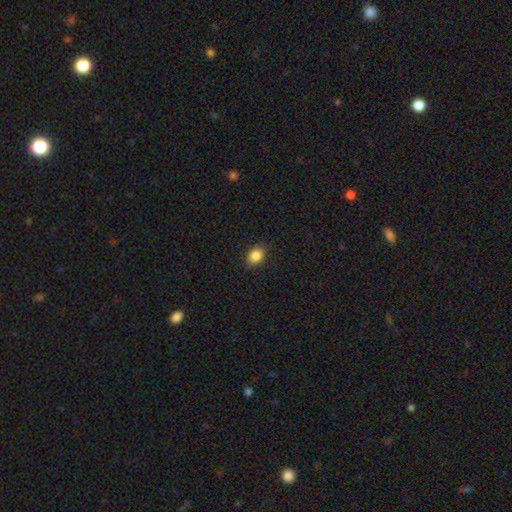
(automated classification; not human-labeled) A smooth galaxy with no disk features (86%) that is in between round and cigar-shaped (56%). Merging: none (87%).